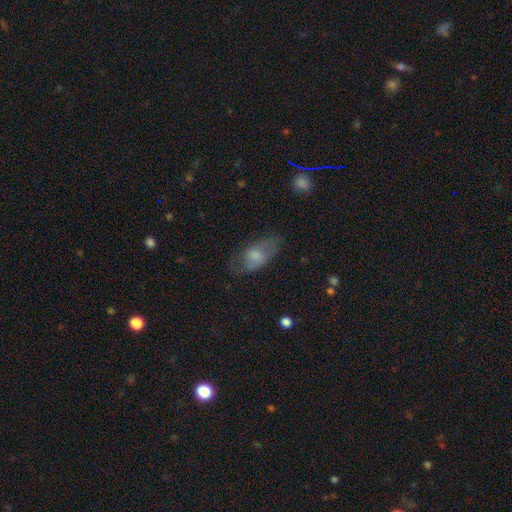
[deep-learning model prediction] A smooth galaxy with no disk features (61%) that is in between round and cigar-shaped (88%). Merging: none (60%).